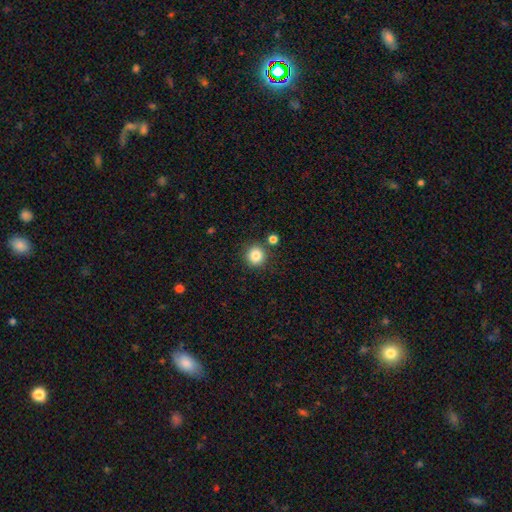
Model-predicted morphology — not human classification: Smooth or featured? Predicted: smooth (p=0.83). How rounded? Predicted: round (p=0.92). Merging? Predicted: none (p=0.85).